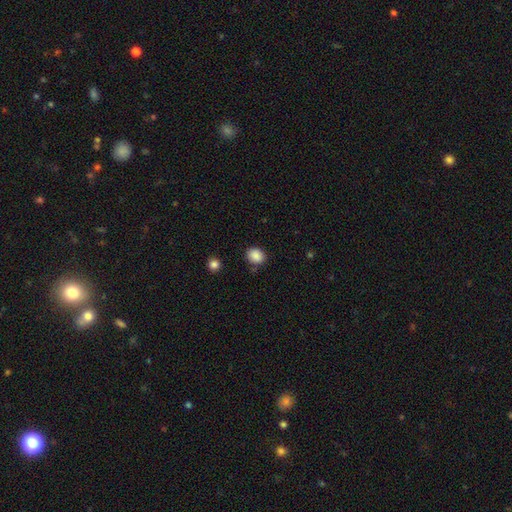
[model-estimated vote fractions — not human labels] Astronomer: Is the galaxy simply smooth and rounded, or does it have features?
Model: smooth — 88%.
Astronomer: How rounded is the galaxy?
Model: round — 63%.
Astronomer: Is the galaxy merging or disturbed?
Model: none — 83%.